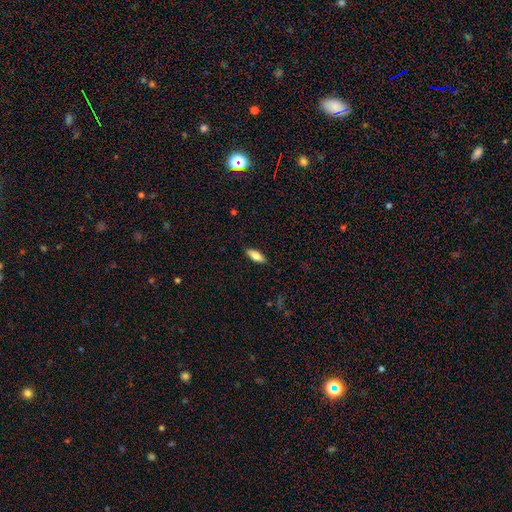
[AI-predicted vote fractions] Smooth or featured? smooth (69%)
How rounded? in between (66%)
Merging? none (88%)